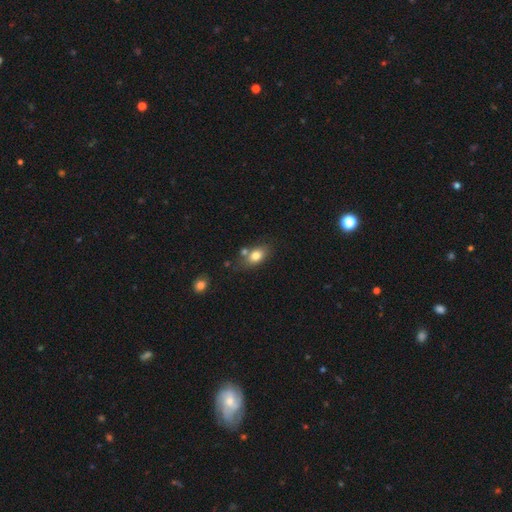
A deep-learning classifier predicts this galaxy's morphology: Smooth or featured? smooth (78%)
How rounded? in between (80%)
Merging? none (59%)